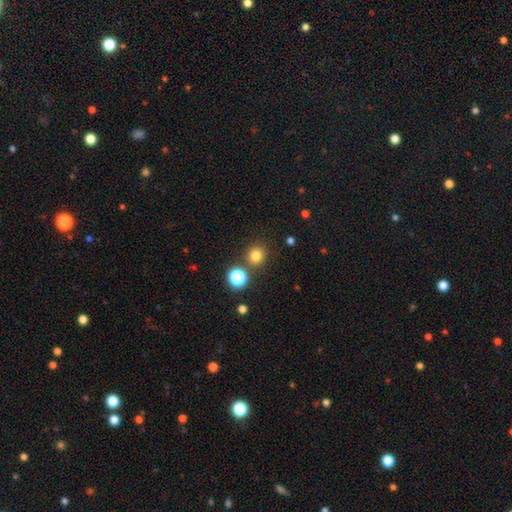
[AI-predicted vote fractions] Q: Smooth or featured?
A: smooth (78%); runner-up: star or artifact (17%)
Q: How rounded?
A: round (92%); runner-up: in between (7%)
Q: Merging?
A: none (84%); runner-up: minor disturbance (7%)